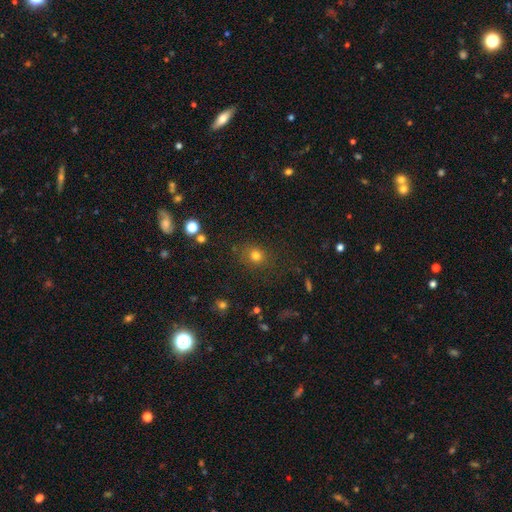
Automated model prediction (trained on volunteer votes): Smooth or featured?
  - smooth: 75% *
  - star or artifact: 17%
  - featured or disk: 7%
How rounded?
  - round: 76% *
  - in between: 23%
  - cigar-shaped: 1%
Merging?
  - none: 81% *
  - minor disturbance: 12%
  - major disturbance: 5%
  - merger: 3%